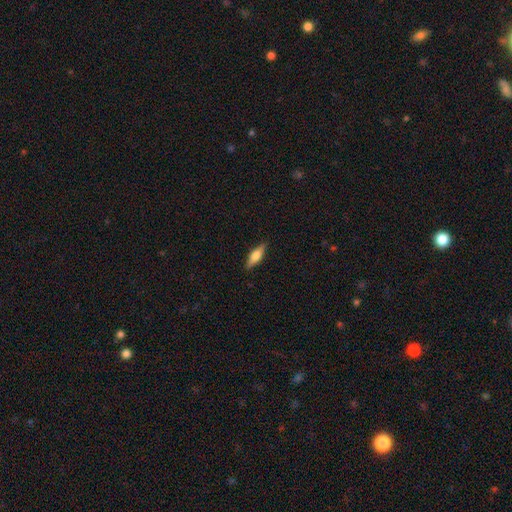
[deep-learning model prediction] A smooth galaxy with no disk features (57%) that is in between round and cigar-shaped (50%).

Vote fractions:
- Smooth or featured? smooth: 57% / featured or disk: 37% / star or artifact: 6%
- How rounded? in between: 50% / cigar-shaped: 47% / round: 3%
- Merging? none: 87% / minor disturbance: 10% / major disturbance: 2% / merger: 1%